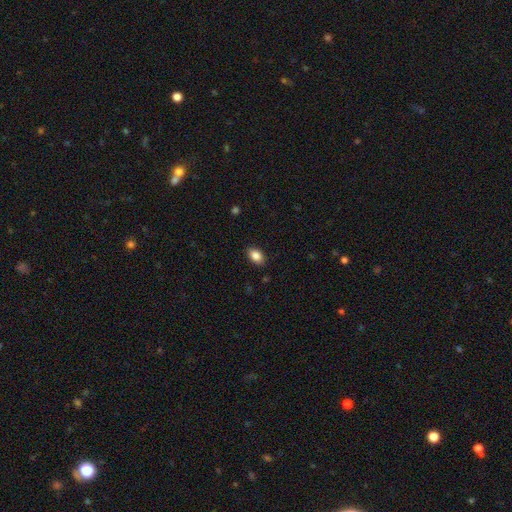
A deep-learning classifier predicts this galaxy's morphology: This appears to be a smooth galaxy with no disk features (87%) that is in between round and cigar-shaped (89%). Merging: none (88%).